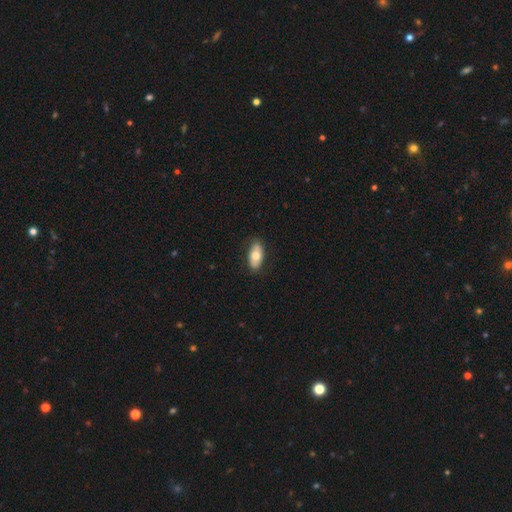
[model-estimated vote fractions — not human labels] smooth 67%, featured or disk 27%, star or artifact 6%. Down the decision tree: how rounded — in between (89%); merging — none (84%).